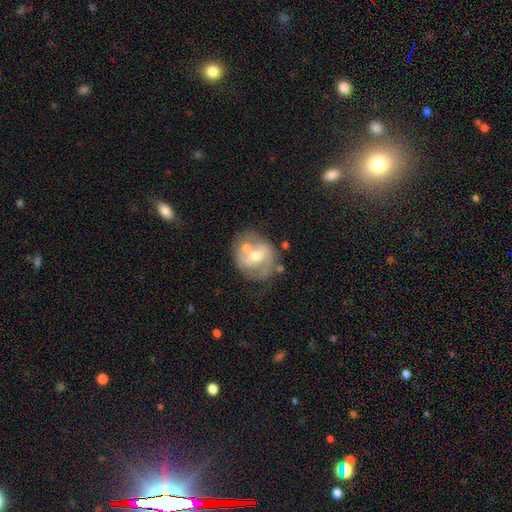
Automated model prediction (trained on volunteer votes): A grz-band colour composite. It shows a featured or disk galaxy (64%) with a weak bar (43%), spiral arms (64%) and a moderate central bulge (65%). Merging: none (49%).